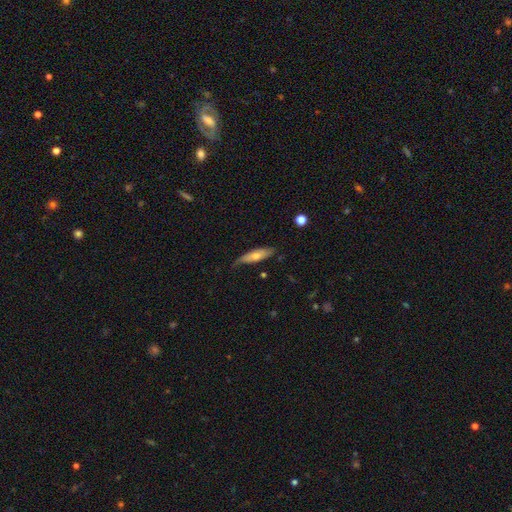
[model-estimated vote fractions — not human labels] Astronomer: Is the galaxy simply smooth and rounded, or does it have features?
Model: smooth — 59% (runner-up: featured or disk, 36%).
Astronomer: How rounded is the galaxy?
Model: cigar-shaped — 62%.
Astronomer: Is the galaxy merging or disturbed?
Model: none — 60%.